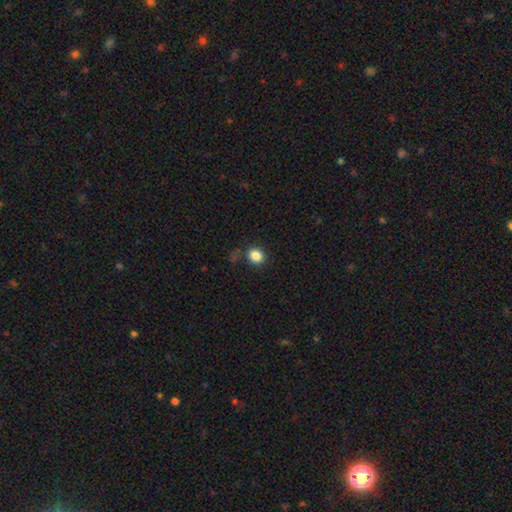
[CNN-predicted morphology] type=smooth (85%); roundness=round (82%); merging=none (81%).